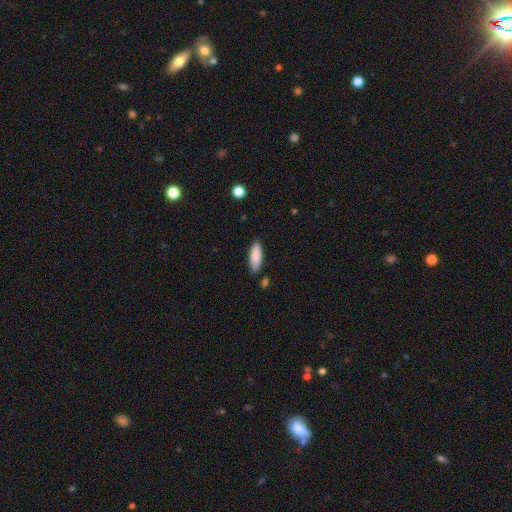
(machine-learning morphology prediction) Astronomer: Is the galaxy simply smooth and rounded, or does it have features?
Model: smooth — 87%.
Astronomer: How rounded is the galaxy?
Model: in between — 61% (runner-up: cigar-shaped, 37%).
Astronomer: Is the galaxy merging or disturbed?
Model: none — 83%.